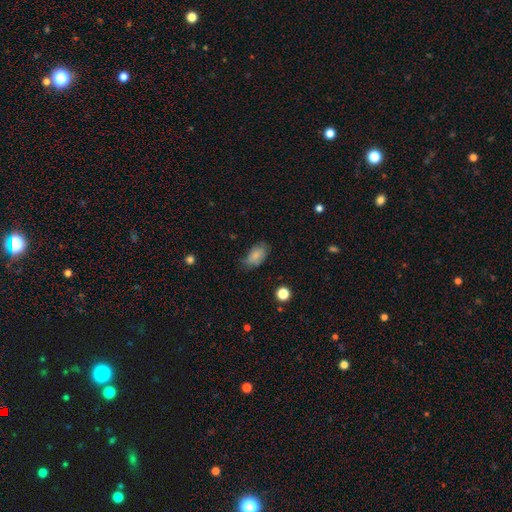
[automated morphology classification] Overall: smooth (77%). How rounded: in between (91%). Merging: none (61%; minor disturbance 30%).